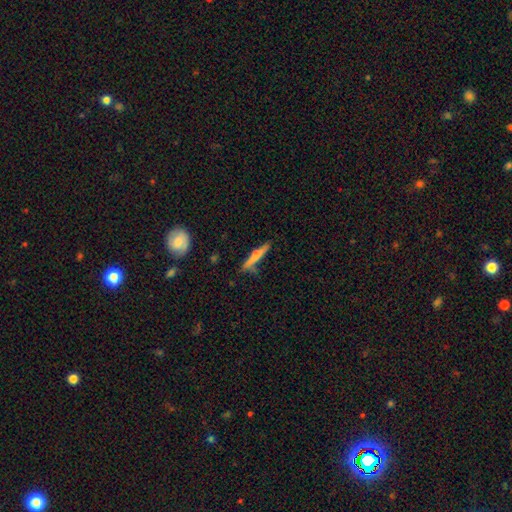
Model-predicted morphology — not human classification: This is possibly a smooth galaxy (60%). How rounded: clearly cigar-shaped (93%). Merging: likely none (67%).